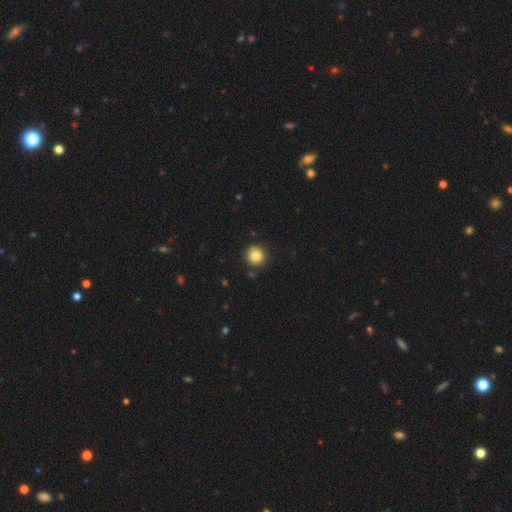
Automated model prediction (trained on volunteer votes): Morphology: type=smooth (85%); roundness=round (94%); merging=none (87%).